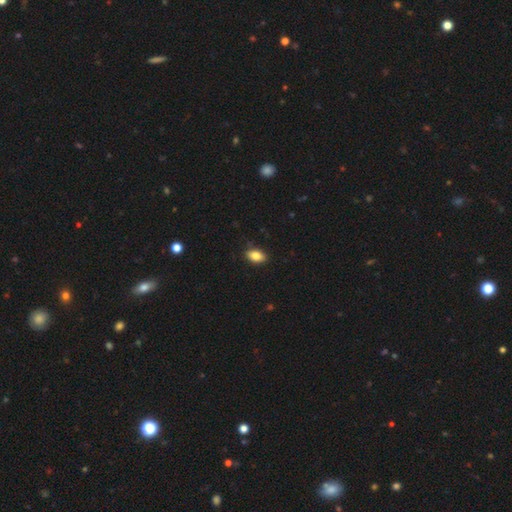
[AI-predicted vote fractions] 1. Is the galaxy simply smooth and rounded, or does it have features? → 85% smooth, 8% star or artifact, 7% featured or disk.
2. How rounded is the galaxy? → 89% in between, 9% round, 2% cigar-shaped.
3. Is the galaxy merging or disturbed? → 85% none, 12% minor disturbance, 2% major disturbance, 1% merger.